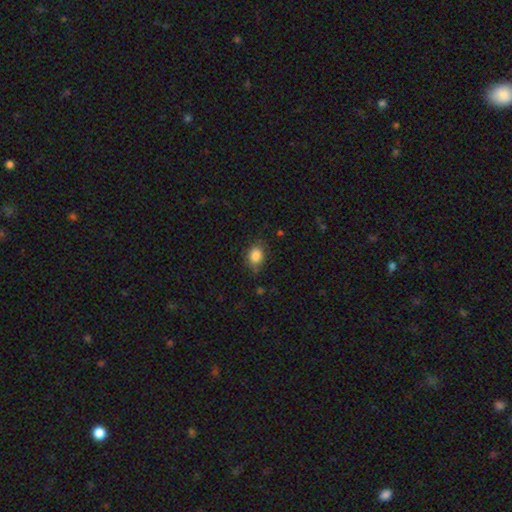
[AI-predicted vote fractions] Smooth or featured? smooth (86%)
How rounded? in between (65%)
Merging? none (76%)